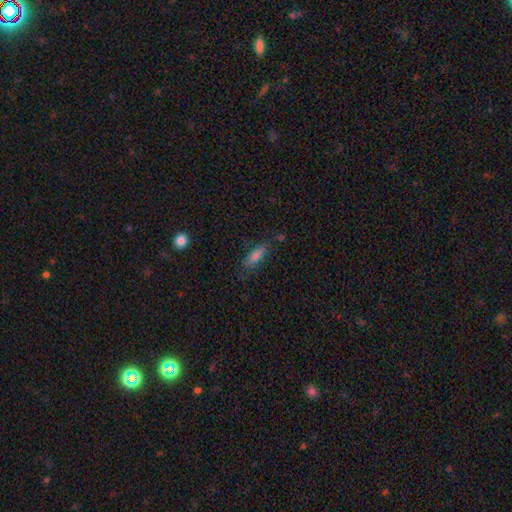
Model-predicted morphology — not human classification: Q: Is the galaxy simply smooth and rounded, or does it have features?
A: smooth — 78%.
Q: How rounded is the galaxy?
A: in between — 52%.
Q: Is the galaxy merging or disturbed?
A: none — 76%.